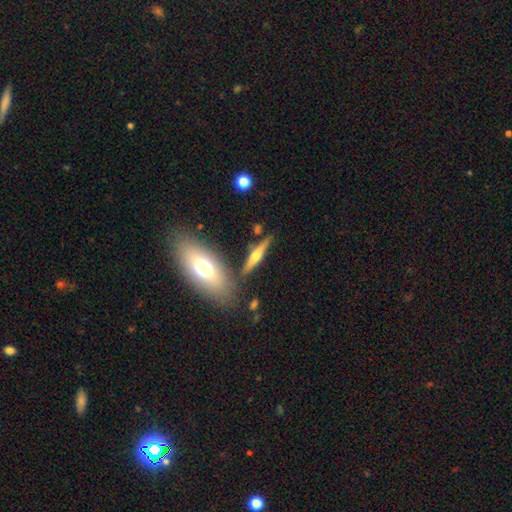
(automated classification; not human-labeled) A featured or disk galaxy (63%) viewed edge-on (95%) with a rounded central bulge (91%). Merging: none (78%).